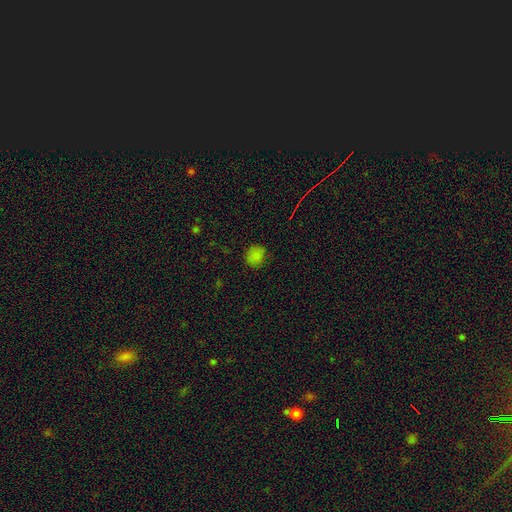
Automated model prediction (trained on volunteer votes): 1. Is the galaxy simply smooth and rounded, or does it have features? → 81% smooth, 15% star or artifact, 4% featured or disk.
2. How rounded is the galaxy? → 83% round, 16% in between, 1% cigar-shaped.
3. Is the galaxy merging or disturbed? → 84% none, 12% minor disturbance, 3% major disturbance, 1% merger.